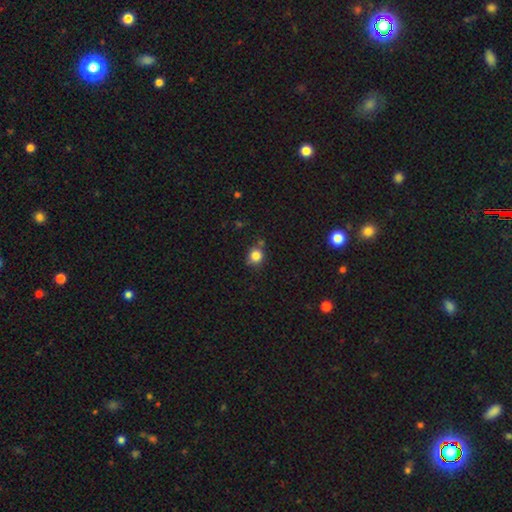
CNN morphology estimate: Q: Smooth or featured?
A: smooth (83%); runner-up: star or artifact (12%)
Q: How rounded?
A: round (85%); runner-up: in between (14%)
Q: Merging?
A: none (73%); runner-up: minor disturbance (15%)